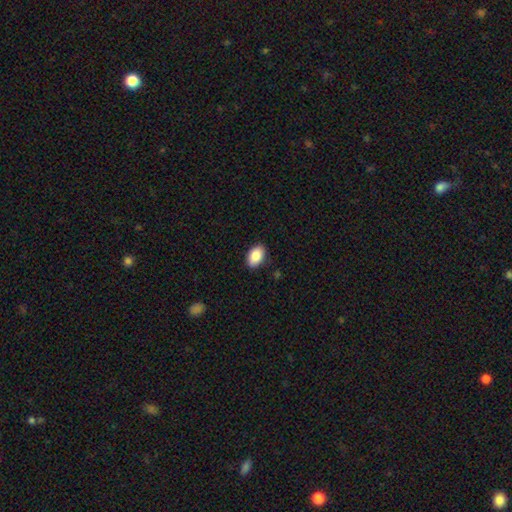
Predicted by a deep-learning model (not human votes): The model was most divided on "merging": none: 88%, minor disturbance: 9%, major disturbance: 2%, merger: 1%. More confident: how rounded — in between (90%); smooth or featured — smooth (87%).